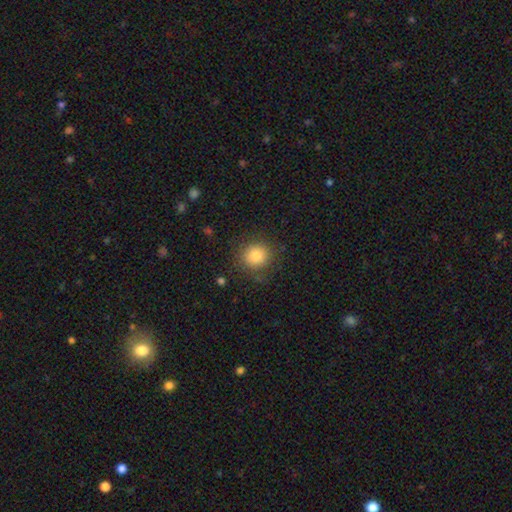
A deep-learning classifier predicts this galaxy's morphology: smooth-or-featured: smooth: 84% | star or artifact: 10% | featured or disk: 6%
  how-rounded: round: 85% | in between: 14% | cigar-shaped: 1%
  merging: none: 84% | minor disturbance: 11% | major disturbance: 4% | merger: 1%